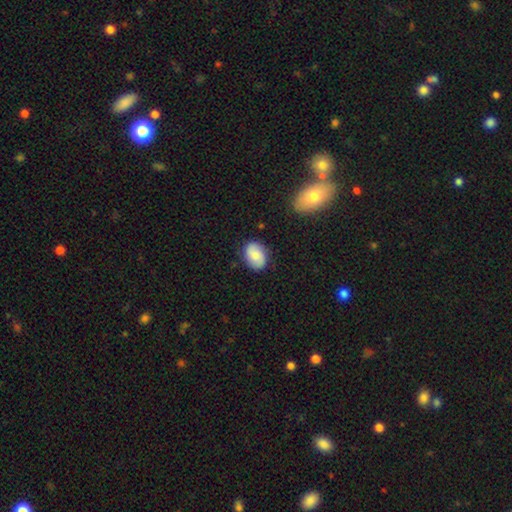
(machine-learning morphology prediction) smooth-or-featured: smooth: 66% | featured or disk: 26% | star or artifact: 7%
  how-rounded: in between: 68% | round: 31% | cigar-shaped: 1%
  merging: none: 83% | minor disturbance: 13% | major disturbance: 3% | merger: 2%